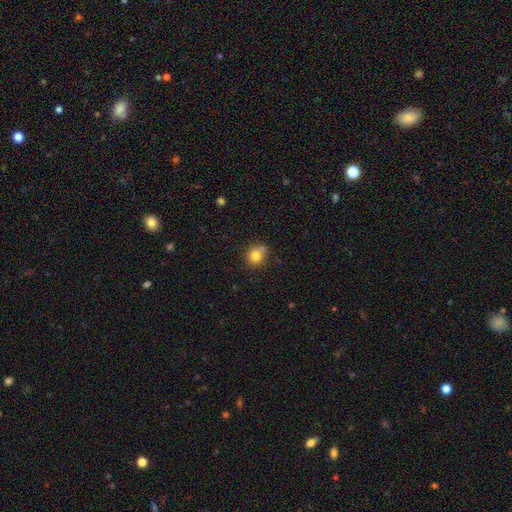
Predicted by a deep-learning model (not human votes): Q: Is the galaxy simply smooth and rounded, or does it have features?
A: smooth — 80%.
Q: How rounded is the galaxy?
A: round — 86%.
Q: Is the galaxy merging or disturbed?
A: none — 64%.